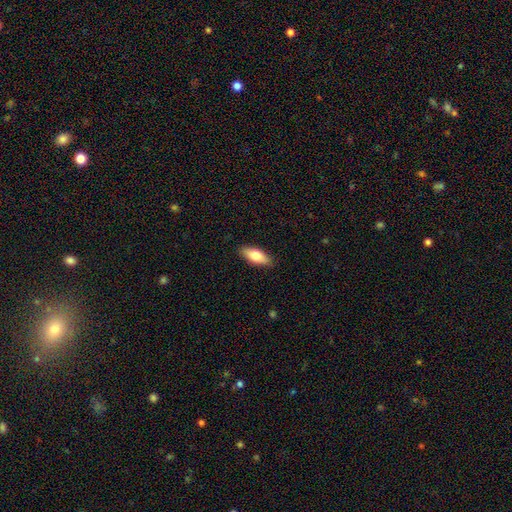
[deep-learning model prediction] Q: Smooth or featured?
A: smooth (77%); runner-up: featured or disk (18%)
Q: How rounded?
A: in between (76%); runner-up: cigar-shaped (21%)
Q: Merging?
A: none (88%); runner-up: minor disturbance (9%)